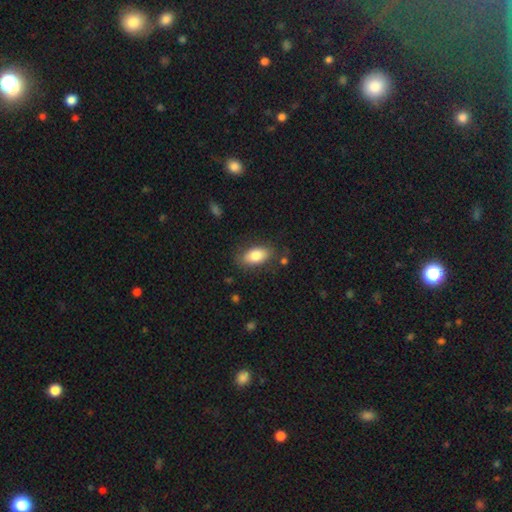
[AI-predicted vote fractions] Smooth or featured? Predicted: smooth (p=0.80). How rounded? Predicted: in between (p=0.91). Merging? Predicted: none (p=0.80).